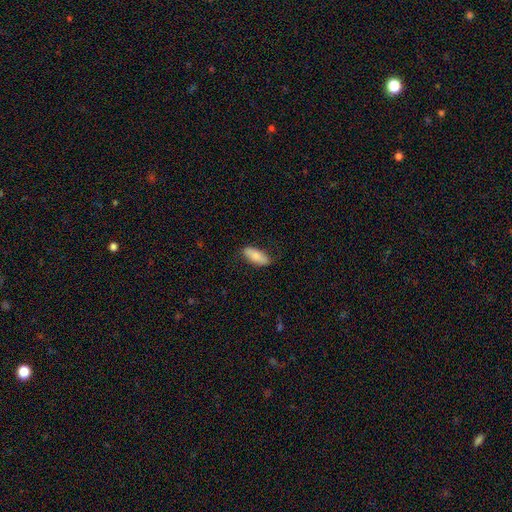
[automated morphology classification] This appears to be a smooth galaxy with no disk features (80%) that is in between round and cigar-shaped (74%). Merging: none (77%).